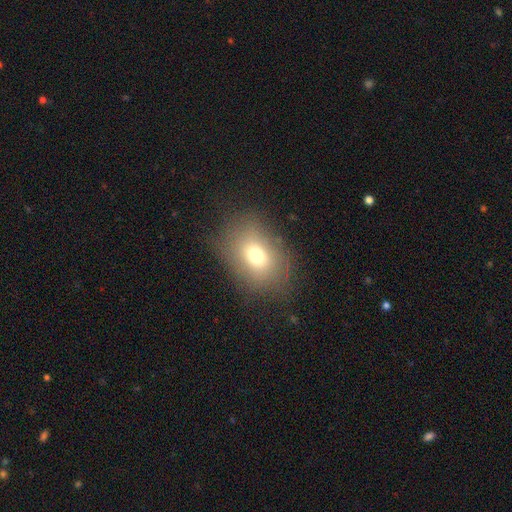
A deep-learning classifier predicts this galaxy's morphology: Smooth or featured?
  - smooth: 73% *
  - featured or disk: 14%
  - star or artifact: 14%
How rounded?
  - in between: 69% *
  - round: 30%
  - cigar-shaped: 1%
Merging?
  - none: 78% *
  - minor disturbance: 14%
  - major disturbance: 7%
  - merger: 1%